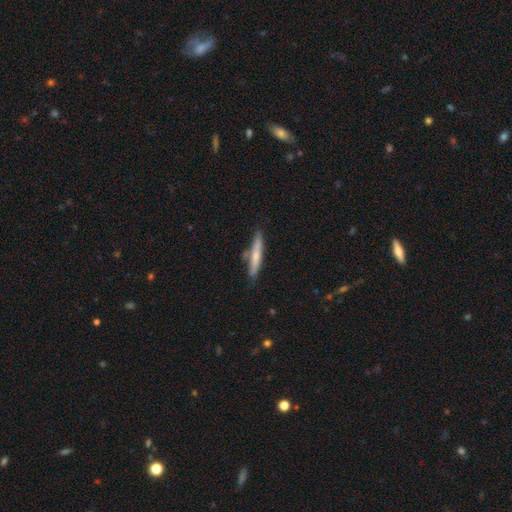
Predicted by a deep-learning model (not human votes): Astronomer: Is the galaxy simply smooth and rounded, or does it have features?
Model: smooth — 60%.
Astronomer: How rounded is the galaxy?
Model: cigar-shaped — 92%.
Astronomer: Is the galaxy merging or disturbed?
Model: none — 74%.